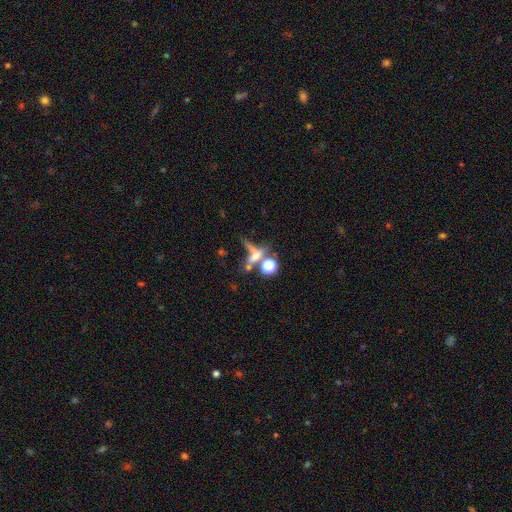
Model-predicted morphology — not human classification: Q: Smooth or featured?
A: smooth (45%); runner-up: featured or disk (29%)
Q: Merging?
A: none (36%); runner-up: merger (31%)